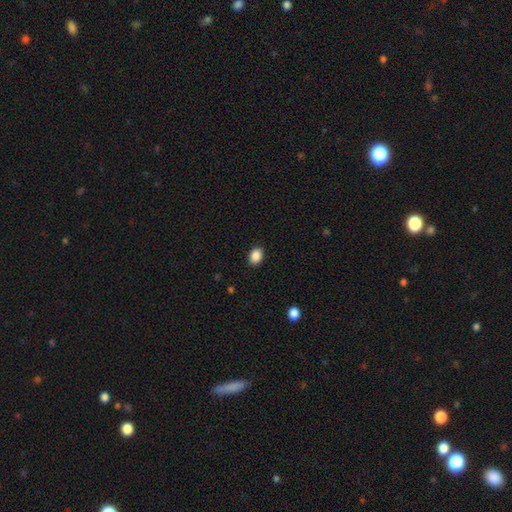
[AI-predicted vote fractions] Smooth or featured: smooth — 89% (star or artifact — 9%)
How rounded: in between — 70% (round — 29%)
Merging: none — 90% (minor disturbance — 7%)